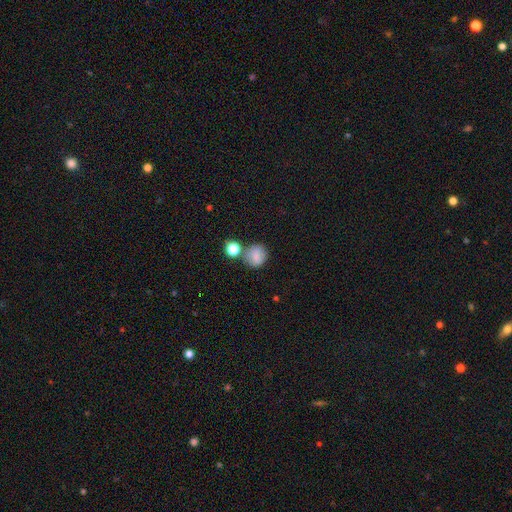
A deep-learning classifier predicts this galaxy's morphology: smooth-or-featured: smooth: 75% | featured or disk: 13% | star or artifact: 12%
  how-rounded: round: 74% | in between: 25% | cigar-shaped: 1%
  merging: none: 60% | merger: 18% | minor disturbance: 16% | major disturbance: 6%